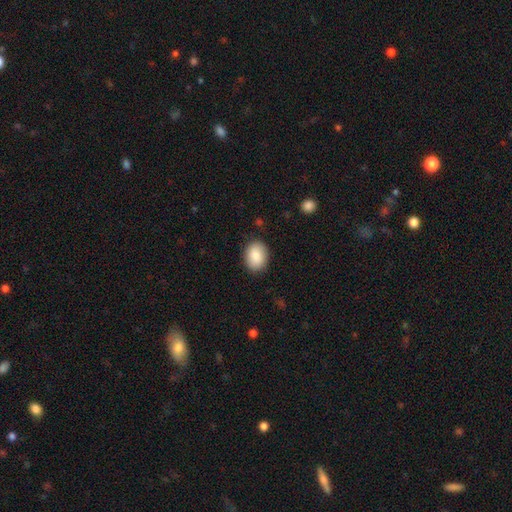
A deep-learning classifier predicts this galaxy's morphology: This is clearly a smooth galaxy (88%). How rounded: likely in between (70%). Merging: clearly none (87%).